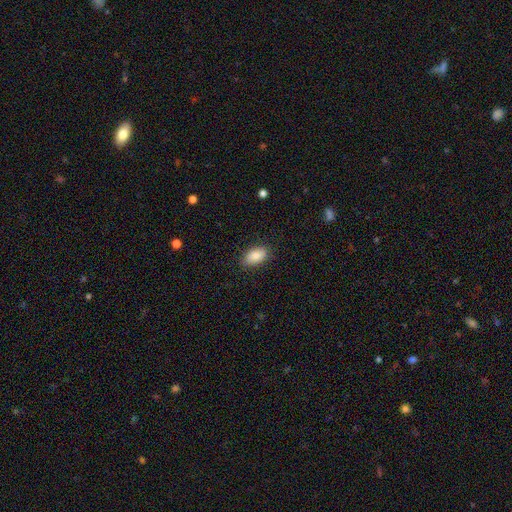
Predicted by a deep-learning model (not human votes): This is clearly a smooth galaxy (85%). How rounded: clearly in between (92%). Merging: clearly none (84%).